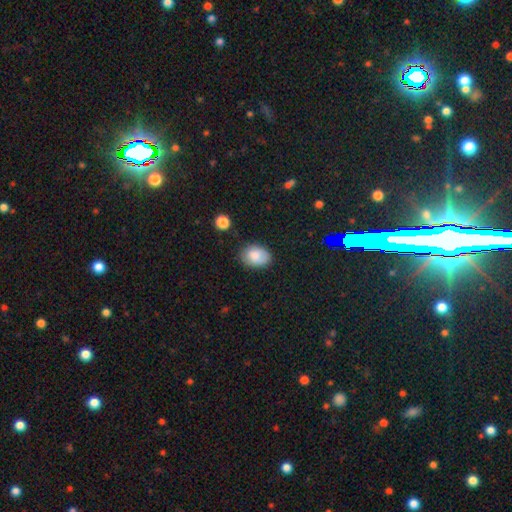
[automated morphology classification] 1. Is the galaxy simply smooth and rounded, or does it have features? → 85% smooth, 8% star or artifact, 7% featured or disk.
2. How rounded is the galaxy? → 77% in between, 22% round, 1% cigar-shaped.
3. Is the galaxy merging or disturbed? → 74% none, 20% minor disturbance, 4% major disturbance, 2% merger.